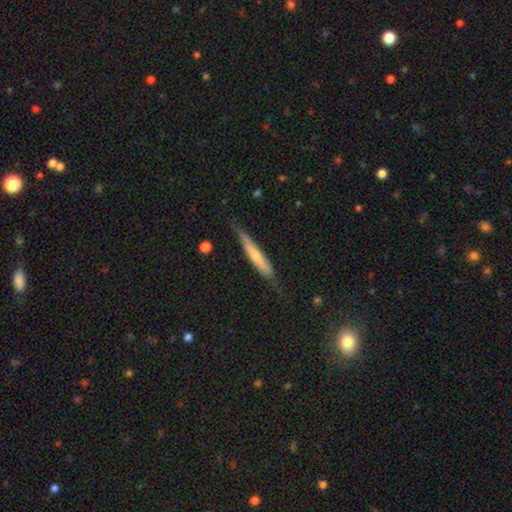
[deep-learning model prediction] Morphology: type=smooth (51%); roundness=cigar-shaped (91%); merging=none (67%).